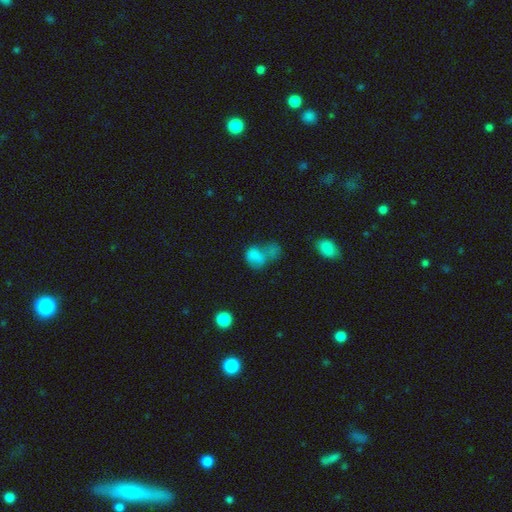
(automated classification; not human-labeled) Smooth or featured? smooth (72%)
How rounded? in between (70%)
Merging? merger (46%)